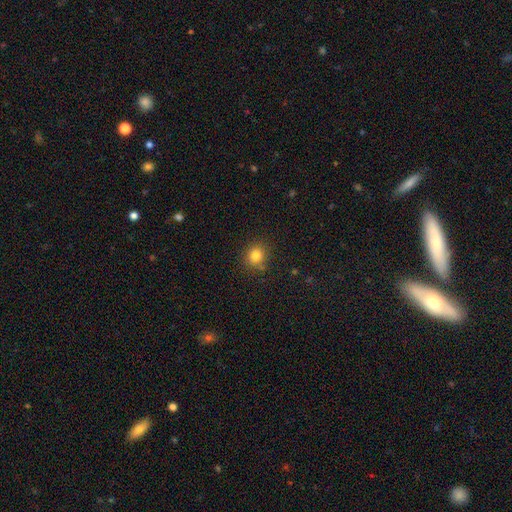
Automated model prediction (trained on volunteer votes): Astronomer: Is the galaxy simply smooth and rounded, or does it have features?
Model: smooth — 82%.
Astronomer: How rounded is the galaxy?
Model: round — 83%.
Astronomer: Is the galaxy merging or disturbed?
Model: none — 83%.